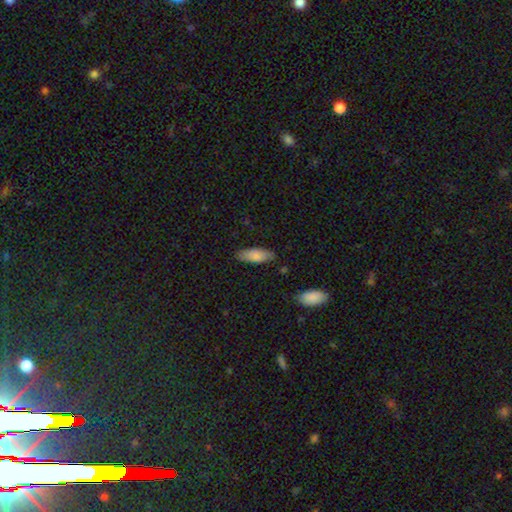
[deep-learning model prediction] Overall: smooth (83%). How rounded: in between (70%). Merging: none (82%).